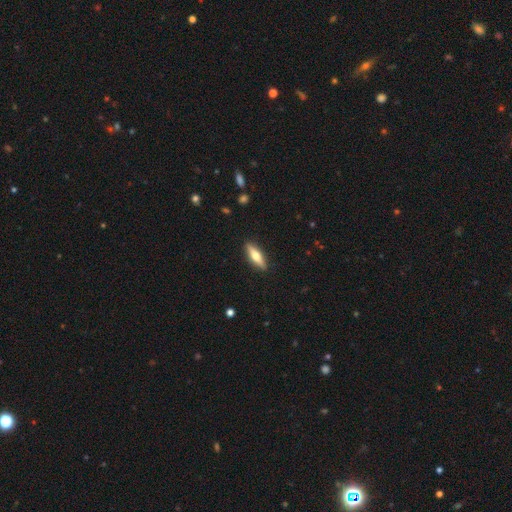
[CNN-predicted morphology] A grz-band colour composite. It shows a smooth galaxy with no disk features (55%) that is cigar-shaped (57%). Merging: none (90%).